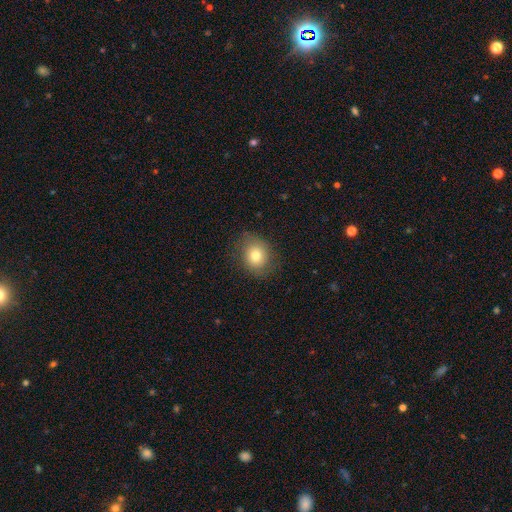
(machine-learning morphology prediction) Smooth or featured?
  - smooth: 76% *
  - featured or disk: 14%
  - star or artifact: 11%
How rounded?
  - round: 64% *
  - in between: 35%
  - cigar-shaped: 1%
Merging?
  - none: 78% *
  - minor disturbance: 15%
  - major disturbance: 5%
  - merger: 1%